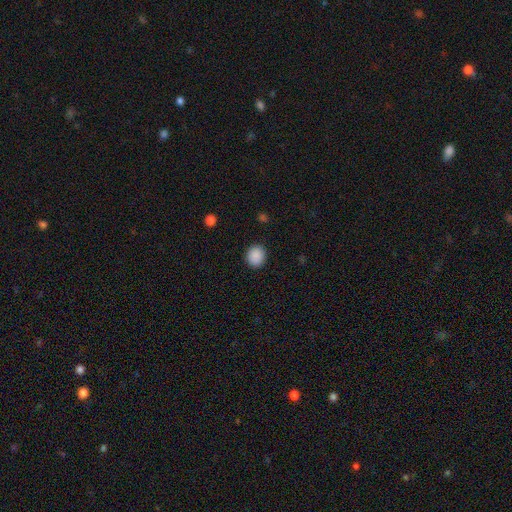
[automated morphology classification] A smooth galaxy with no disk features (89%) that is round (78%). Merging: none (90%).